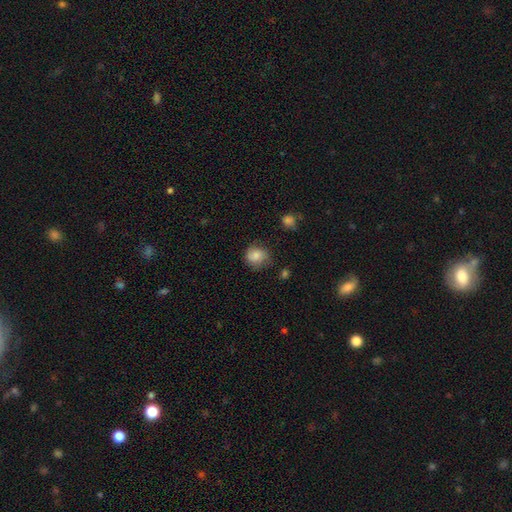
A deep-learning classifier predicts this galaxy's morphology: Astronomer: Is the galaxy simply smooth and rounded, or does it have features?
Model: smooth — 80%.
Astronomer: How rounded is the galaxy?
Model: round — 79%.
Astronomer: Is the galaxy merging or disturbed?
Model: none — 67%.